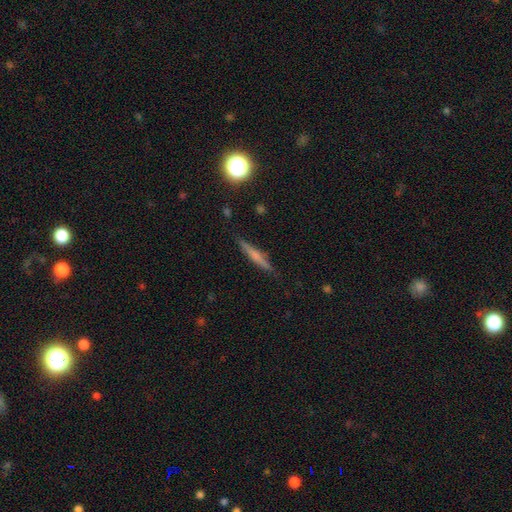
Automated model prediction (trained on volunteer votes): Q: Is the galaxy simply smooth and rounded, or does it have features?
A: smooth — 48%.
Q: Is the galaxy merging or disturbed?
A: none — 87%.